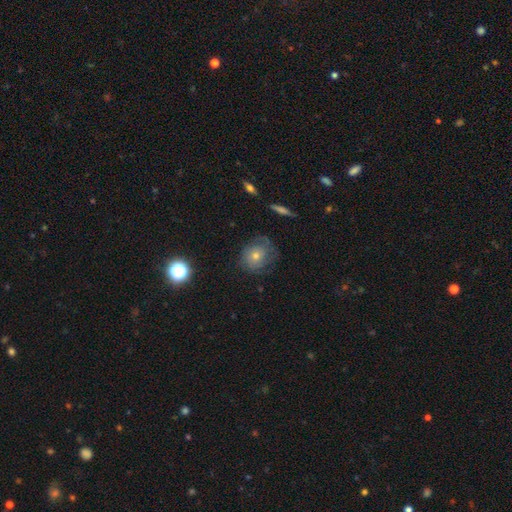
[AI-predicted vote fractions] A smooth galaxy with no disk features (50%).

Vote fractions:
- Smooth or featured? smooth: 50% / featured or disk: 40% / star or artifact: 11%
- Merging? none: 64% / minor disturbance: 22% / major disturbance: 12% / merger: 2%